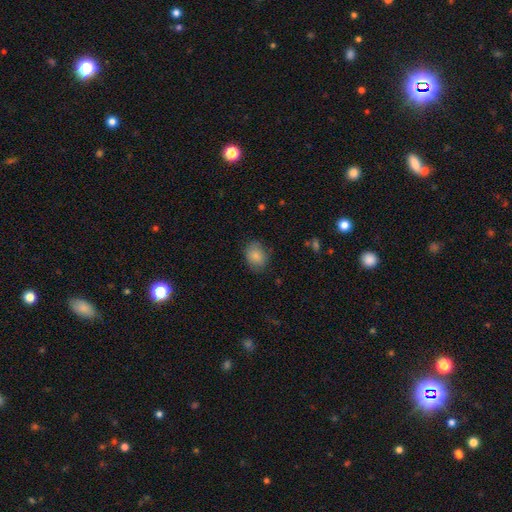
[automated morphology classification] The model was most divided on "how rounded": in between: 59%, round: 40%, cigar-shaped: 1%. More confident: smooth or featured — smooth (84%); merging — none (77%).